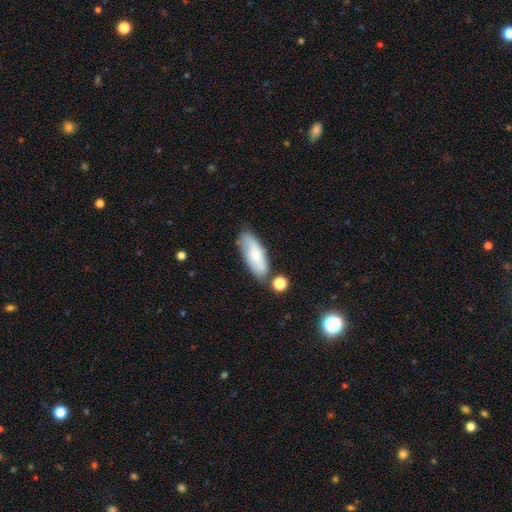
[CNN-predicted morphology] smooth-or-featured: smooth: 68% | featured or disk: 25% | star or artifact: 7%
  how-rounded: in between: 70% | cigar-shaped: 28% | round: 2%
  merging: none: 65% | minor disturbance: 20% | merger: 10% | major disturbance: 5%